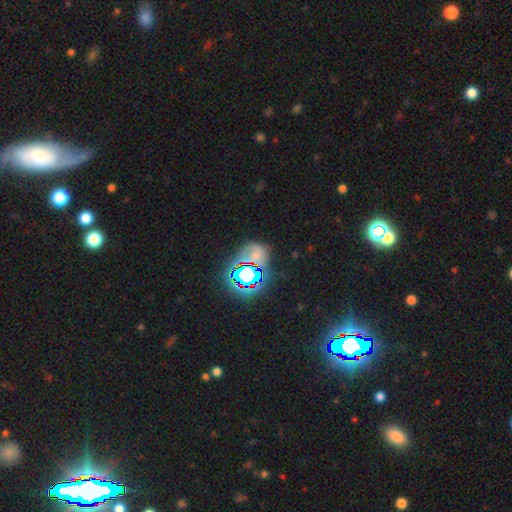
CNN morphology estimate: smooth-or-featured: star or artifact: 50% | smooth: 31% | featured or disk: 19%